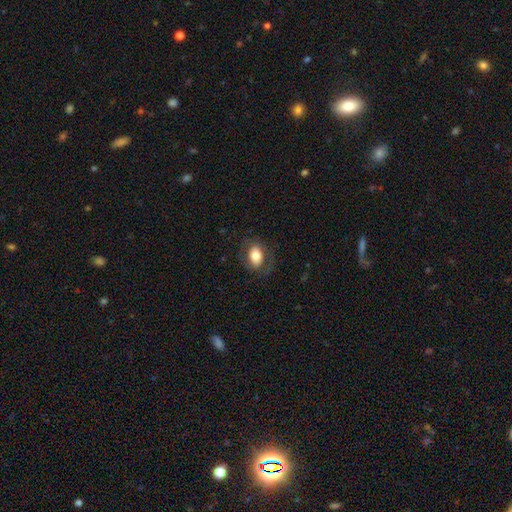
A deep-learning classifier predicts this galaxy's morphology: smooth_or_featured: smooth (p=0.71) [alt: featured or disk p=0.22]
how_rounded: in between (p=0.77) [alt: round p=0.22]
merging: none (p=0.76) [alt: minor disturbance p=0.14]